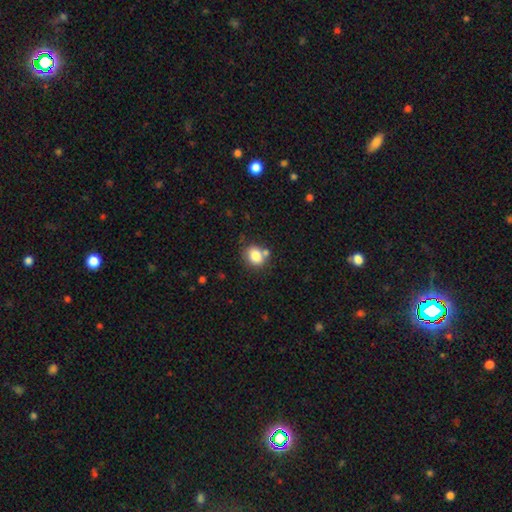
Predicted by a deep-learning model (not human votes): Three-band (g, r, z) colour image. It shows a smooth galaxy with no disk features (82%) that is round (57%). Merging: none (66%).